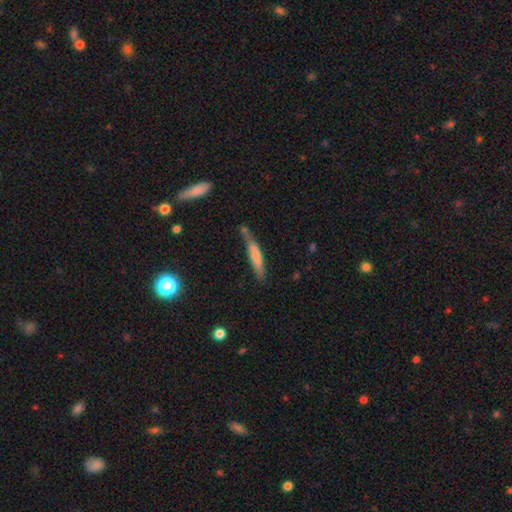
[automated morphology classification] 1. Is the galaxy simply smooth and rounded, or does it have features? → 65% smooth, 28% featured or disk, 6% star or artifact.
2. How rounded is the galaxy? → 89% cigar-shaped, 10% in between, 1% round.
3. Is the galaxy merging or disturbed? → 54% none, 24% minor disturbance, 14% merger, 8% major disturbance.